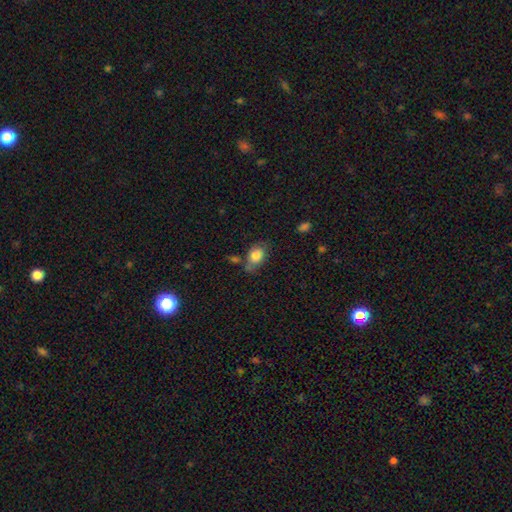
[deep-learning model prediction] smooth 81%, featured or disk 11%, star or artifact 8%. Down the decision tree: how rounded — in between (76%); merging — none (50%).